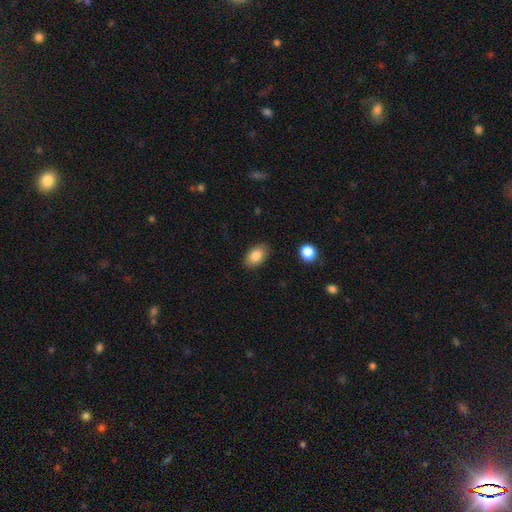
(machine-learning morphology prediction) Smooth or featured?
  - smooth: 83% *
  - featured or disk: 9%
  - star or artifact: 8%
How rounded?
  - in between: 88% *
  - round: 11%
  - cigar-shaped: 1%
Merging?
  - none: 87% *
  - minor disturbance: 10%
  - major disturbance: 2%
  - merger: 1%